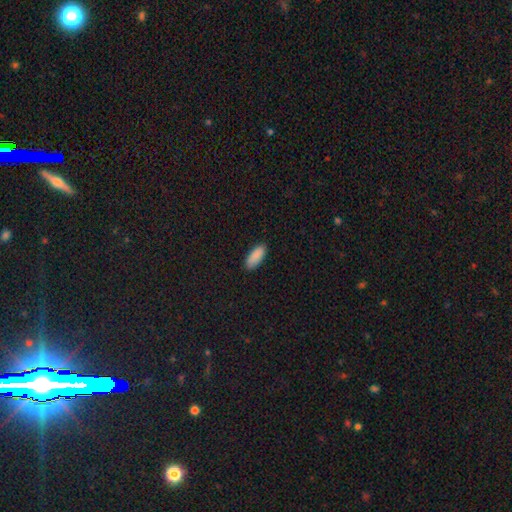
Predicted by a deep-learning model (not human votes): smooth-or-featured: smooth: 90% | star or artifact: 6% | featured or disk: 4%
  how-rounded: in between: 84% | cigar-shaped: 14% | round: 2%
  merging: none: 88% | minor disturbance: 9% | major disturbance: 2% | merger: 1%